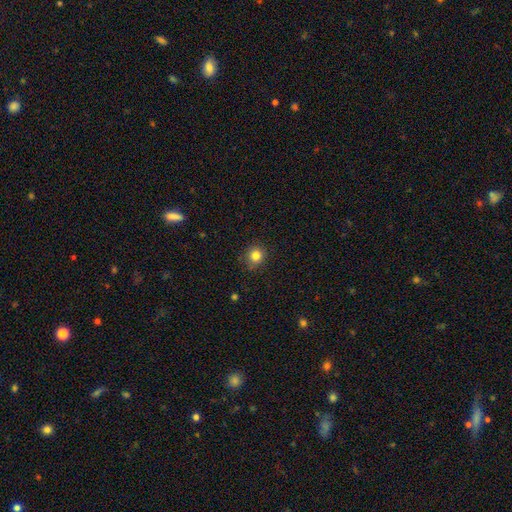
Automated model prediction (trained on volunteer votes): Smooth or featured? Predicted: smooth (p=0.83). How rounded? Predicted: round (p=0.86). Merging? Predicted: none (p=0.84).